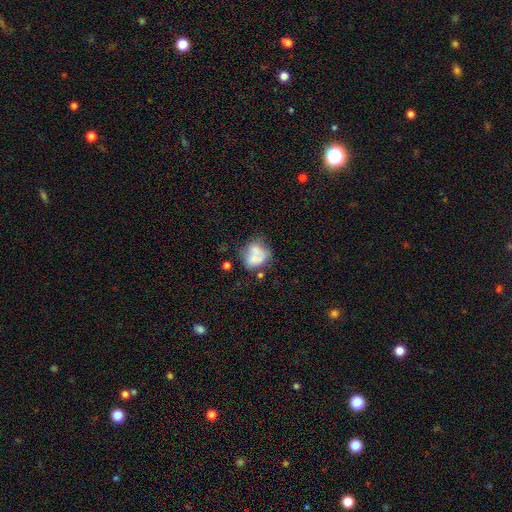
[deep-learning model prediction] smooth_or_featured: smooth (p=0.59) [alt: featured or disk p=0.31]
how_rounded: round (p=0.54) [alt: in between p=0.44]
merging: merger (p=0.32) [alt: none p=0.31]